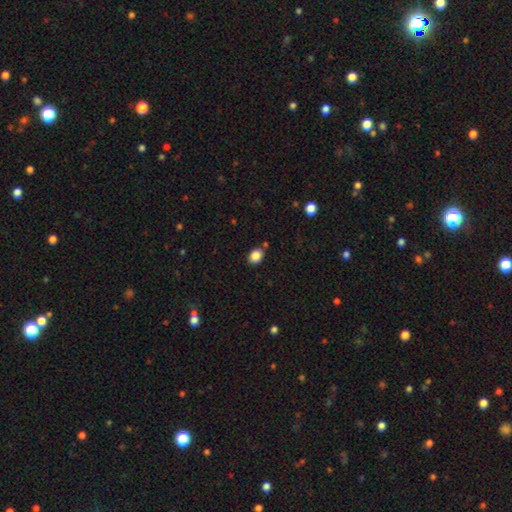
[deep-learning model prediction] Smooth or featured? smooth (86%)
How rounded? in between (54%)
Merging? none (79%)